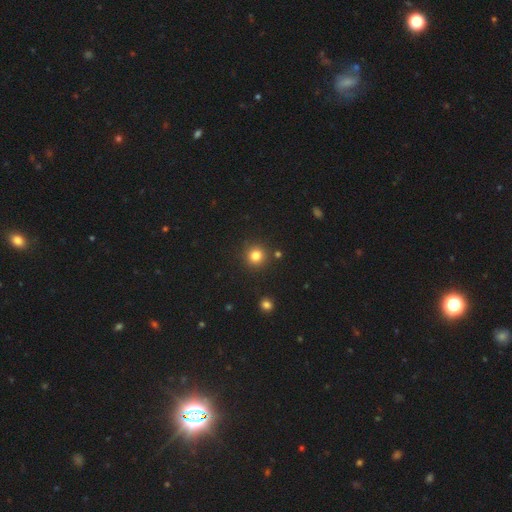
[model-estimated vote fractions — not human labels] A smooth galaxy with no disk features (82%) that is round (94%). Merging: none (88%).